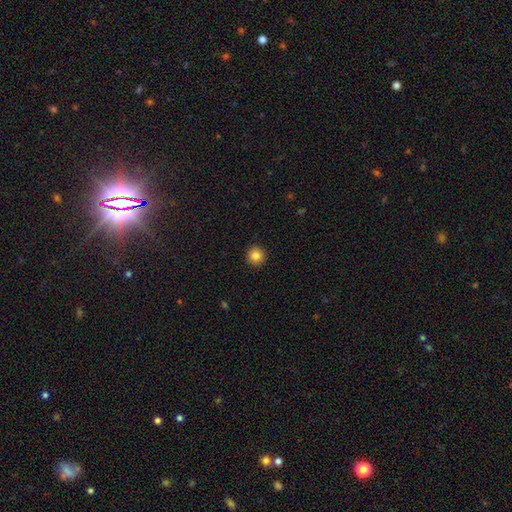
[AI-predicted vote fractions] smooth_or_featured: smooth (p=0.84) [alt: star or artifact p=0.11]
how_rounded: round (p=0.96) [alt: in between p=0.03]
merging: none (p=0.93) [alt: minor disturbance p=0.04]